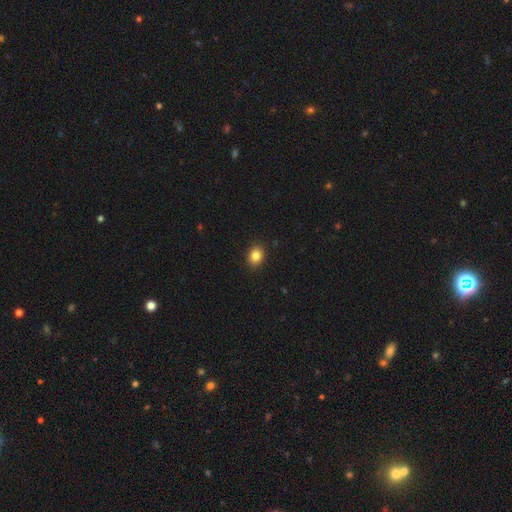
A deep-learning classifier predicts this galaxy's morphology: A smooth galaxy with no disk features (84%) that is in between round and cigar-shaped (51%). Merging: none (91%).